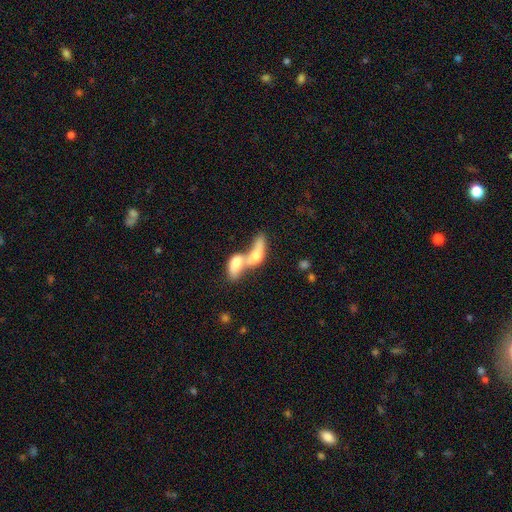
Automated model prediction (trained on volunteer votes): smooth_or_featured: smooth (p=0.62) [alt: featured or disk p=0.30]
how_rounded: in between (p=0.67) [alt: cigar-shaped p=0.25]
merging: merger (p=0.84) [alt: none p=0.07]